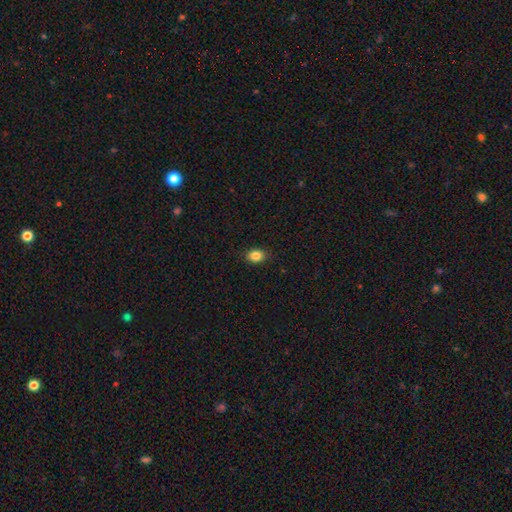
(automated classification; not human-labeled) Morphology: type=smooth (85%); roundness=in between (68%); merging=none (87%).